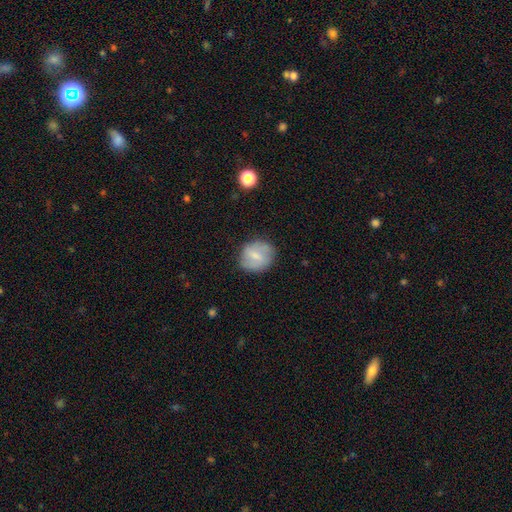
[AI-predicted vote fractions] Smooth or featured: smooth — 62% (featured or disk — 31%)
How rounded: round — 74% (in between — 24%)
Merging: none — 78% (minor disturbance — 16%)